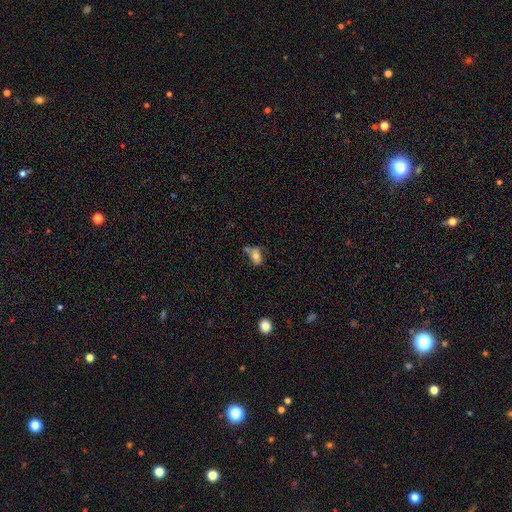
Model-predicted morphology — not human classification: A smooth galaxy with no disk features (66%) that is in between round and cigar-shaped (79%).

Vote fractions:
- Smooth or featured? smooth: 66% / featured or disk: 23% / star or artifact: 11%
- How rounded? in between: 79% / round: 17% / cigar-shaped: 4%
- Merging? none: 41% / minor disturbance: 25% / merger: 22% / major disturbance: 12%